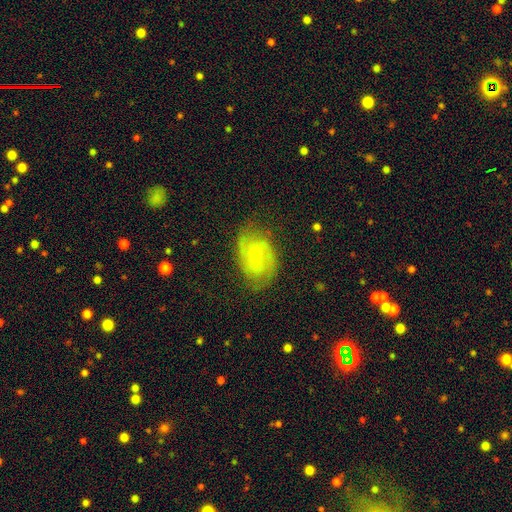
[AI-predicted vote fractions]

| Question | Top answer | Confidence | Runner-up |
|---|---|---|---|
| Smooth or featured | featured or disk | 76% | smooth (18%) |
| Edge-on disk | no | 97% | yes (3%) |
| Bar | weak | 59% | no (25%) |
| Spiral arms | yes | 92% | no (8%) |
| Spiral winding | medium | 52% | tight (29%) |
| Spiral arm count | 2 | 82% | can't tell (10%) |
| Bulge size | small | 57% | moderate (32%) |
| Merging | none | 72% | minor disturbance (19%) |